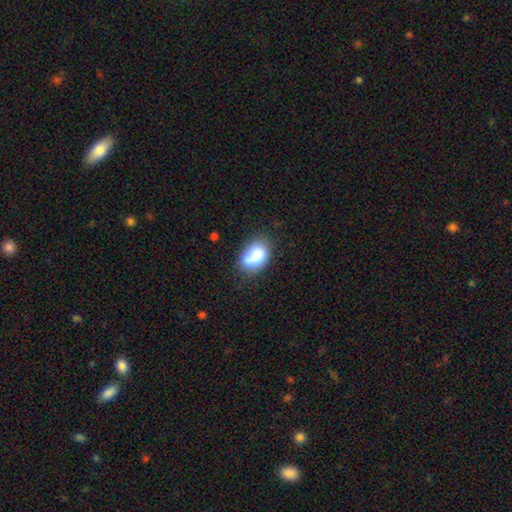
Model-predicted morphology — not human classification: Overall: smooth (83%). How rounded: in between (83%). Merging: none (62%; minor disturbance 25%).